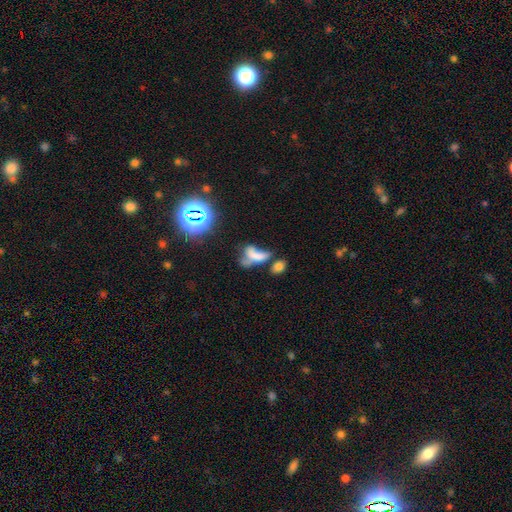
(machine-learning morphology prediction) Smooth or featured? Predicted: smooth (p=0.48). Merging? Predicted: merger (p=0.39).